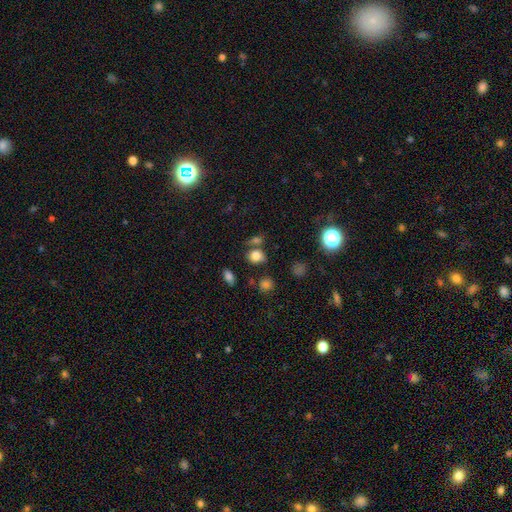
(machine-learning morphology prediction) The model was most divided on "how rounded": round: 50%, in between: 48%, cigar-shaped: 1%. More confident: smooth or featured — smooth (78%); merging — none (63%).